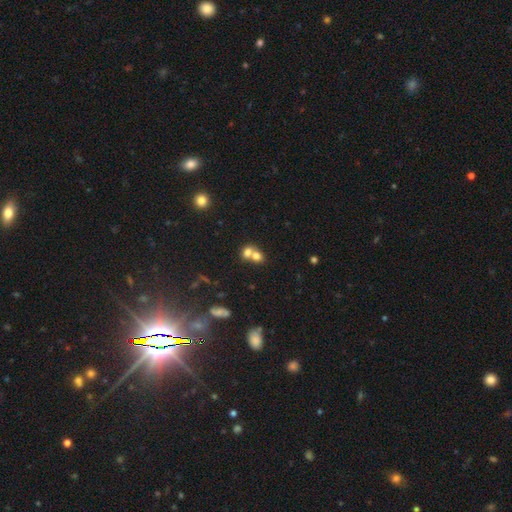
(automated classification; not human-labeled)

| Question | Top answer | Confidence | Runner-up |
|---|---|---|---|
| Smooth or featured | smooth | 72% | featured or disk (16%) |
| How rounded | round | 64% | in between (35%) |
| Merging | merger | 65% | none (27%) |